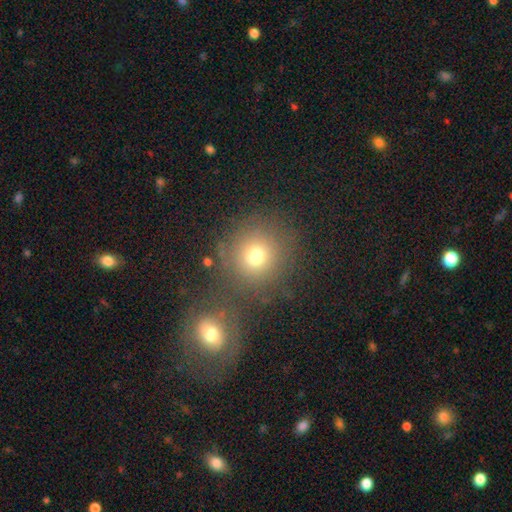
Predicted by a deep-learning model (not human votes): Smooth or featured? Predicted: smooth (p=0.72). How rounded? Predicted: round (p=0.91). Merging? Predicted: none (p=0.74).